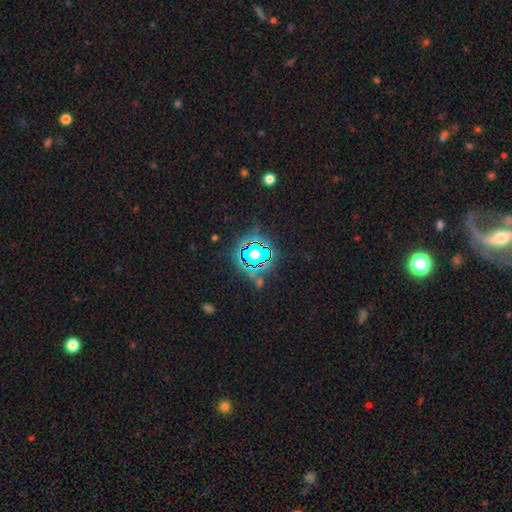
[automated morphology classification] Smooth or featured? star or artifact (63%)